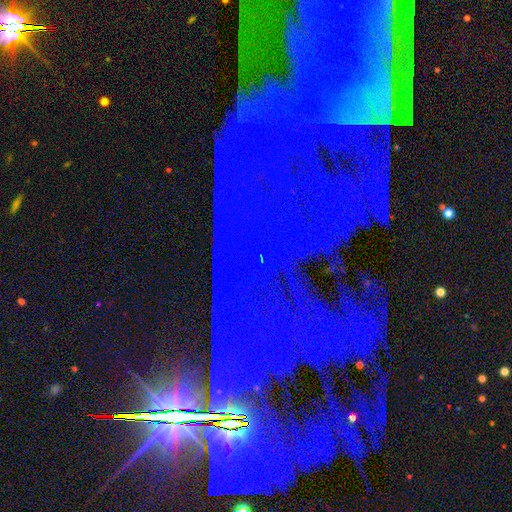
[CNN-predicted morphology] This is clearly a star or artifact rather than a galaxy (80%).